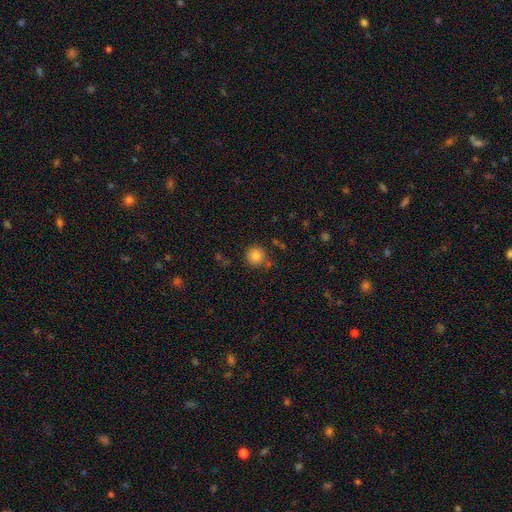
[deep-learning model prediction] A smooth galaxy with no disk features (83%) that is round (93%).

Vote fractions:
- Smooth or featured? smooth: 83% / star or artifact: 11% / featured or disk: 7%
- How rounded? round: 93% / in between: 6% / cigar-shaped: 1%
- Merging? none: 79% / minor disturbance: 12% / merger: 6% / major disturbance: 3%